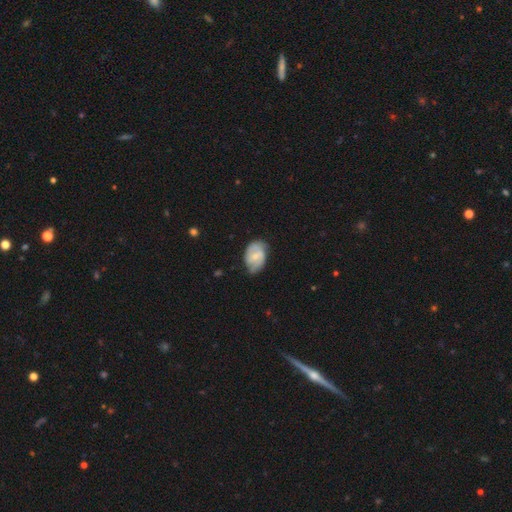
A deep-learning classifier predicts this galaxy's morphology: Smooth or featured? Predicted: featured or disk (p=0.56). Edge-on disk? Predicted: no (p=0.97). Bar? Predicted: weak (p=0.51). Spiral arms? Predicted: yes (p=0.81). Bulge size? Predicted: small (p=0.51). Merging? Predicted: none (p=0.61).